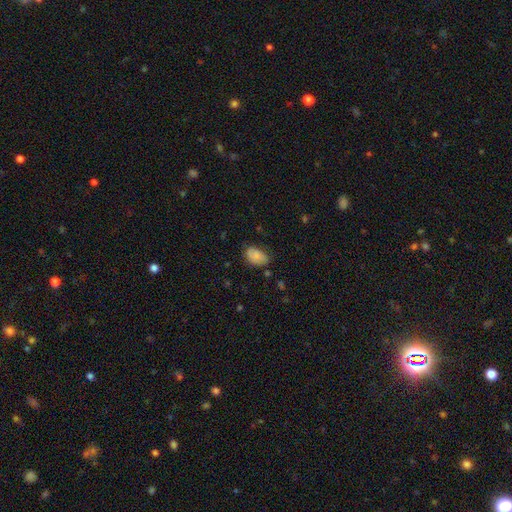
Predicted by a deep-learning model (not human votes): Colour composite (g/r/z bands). It shows a smooth galaxy with no disk features (84%) that is in between round and cigar-shaped (90%). Merging: none (63%).